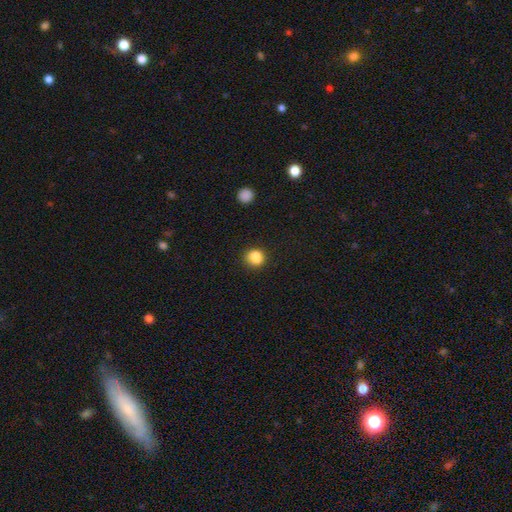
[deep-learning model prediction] smooth 81%, star or artifact 10%, featured or disk 9%. Down the decision tree: how rounded — round (75%); merging — none (64%).